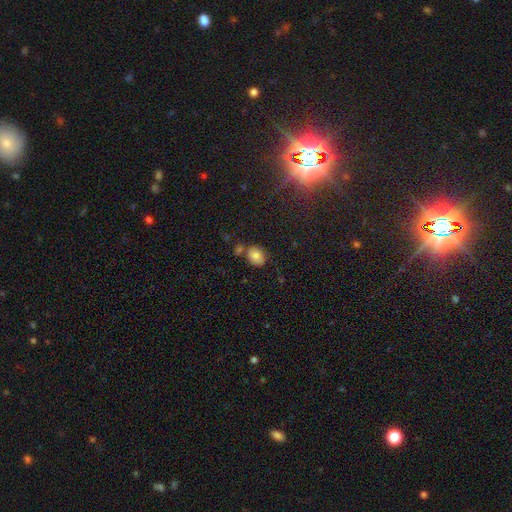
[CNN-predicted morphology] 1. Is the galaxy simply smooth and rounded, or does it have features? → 78% smooth, 11% star or artifact, 10% featured or disk.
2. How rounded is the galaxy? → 51% in between, 48% round, 1% cigar-shaped.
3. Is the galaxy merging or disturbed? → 65% none, 18% minor disturbance, 13% merger, 5% major disturbance.